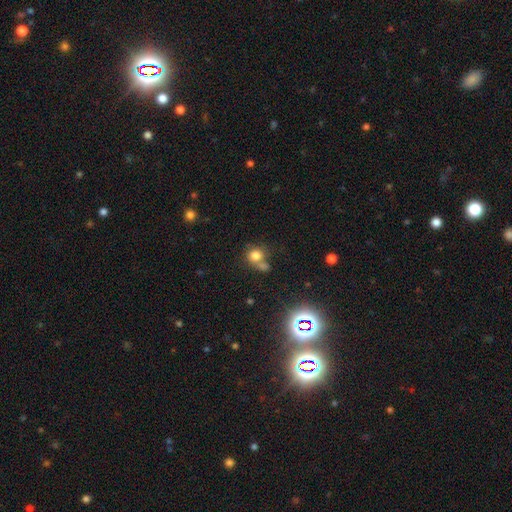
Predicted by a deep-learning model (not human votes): Morphology: type=smooth (76%); roundness=round (76%); merging=none (45%).